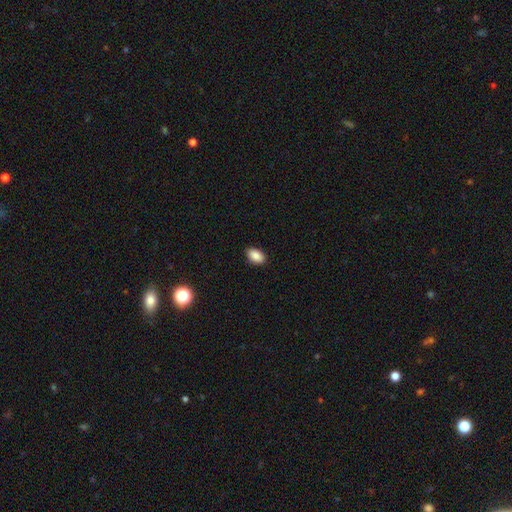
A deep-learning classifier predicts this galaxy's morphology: smooth 89%, star or artifact 8%, featured or disk 3%. Down the decision tree: how rounded — in between (91%); merging — none (89%).